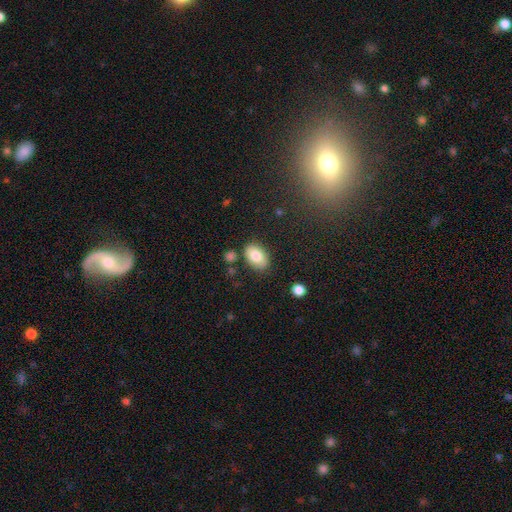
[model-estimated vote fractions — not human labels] The model was most divided on "merging": none: 78%, minor disturbance: 13%, merger: 5%, major disturbance: 3%. More confident: how rounded — in between (91%); smooth or featured — smooth (82%).